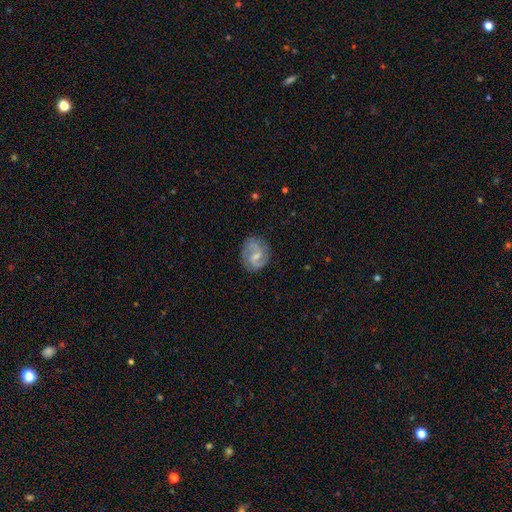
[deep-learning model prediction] Smooth or featured: featured or disk — 78% (smooth — 16%)
Edge-on disk: no — 98% (yes — 2%)
Bar: weak — 58% (no — 29%)
Spiral arms: yes — 95% (no — 5%)
Spiral winding: medium — 51% (loose — 29%)
Spiral arm count: 2 — 88% (can't tell — 5%)
Bulge size: small — 53% (moderate — 36%)
Merging: none — 79% (minor disturbance — 15%)